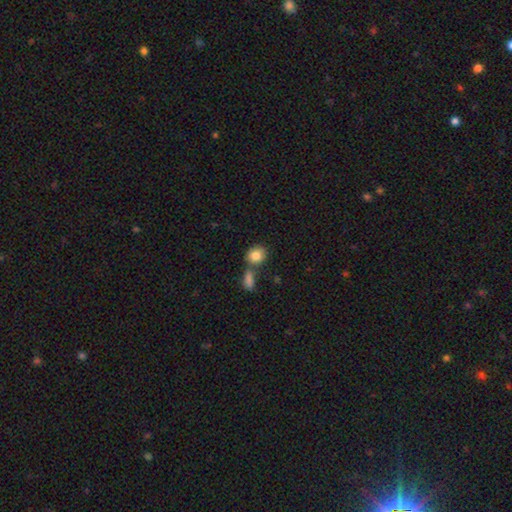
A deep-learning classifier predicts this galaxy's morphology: Smooth or featured? smooth (84%)
How rounded? round (59%)
Merging? none (57%)